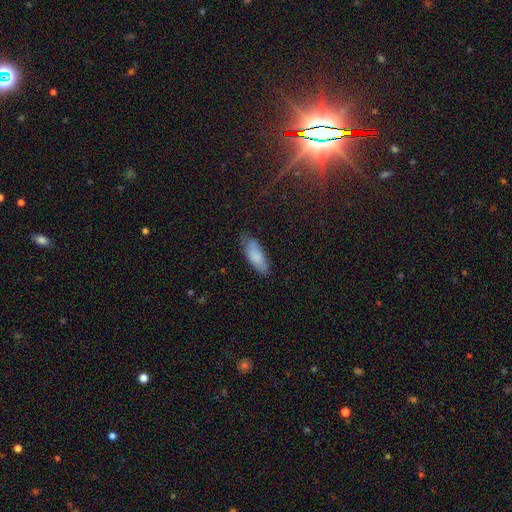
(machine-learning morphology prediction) A smooth galaxy with no disk features (82%) that is in between round and cigar-shaped (65%). Merging: none (69%).